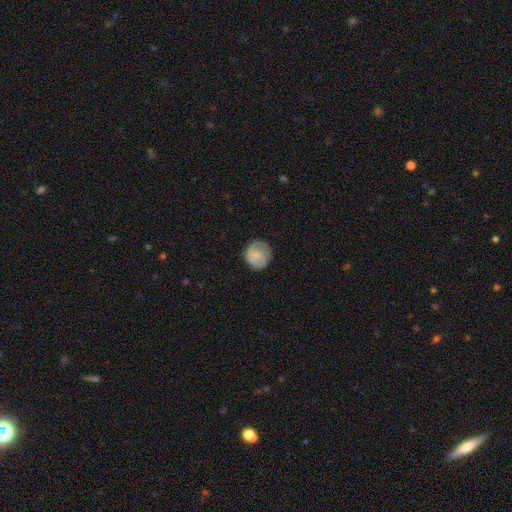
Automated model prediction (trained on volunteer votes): This appears to be a smooth galaxy with no disk features (61%) that is round (85%). Merging: none (74%).